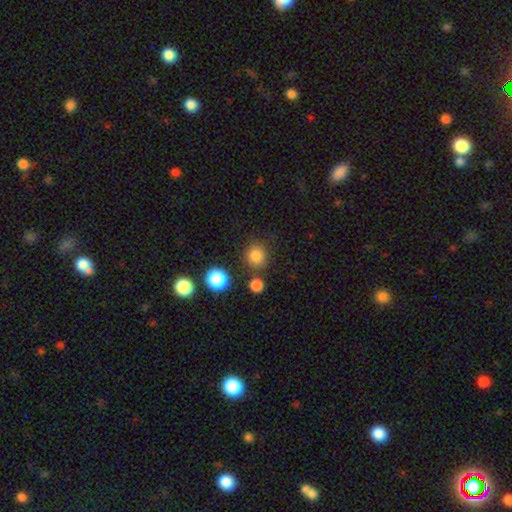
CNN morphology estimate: A smooth galaxy with no disk features (82%) that is round (87%).

Vote fractions:
- Smooth or featured? smooth: 82% / star or artifact: 13% / featured or disk: 4%
- How rounded? round: 87% / in between: 12% / cigar-shaped: 1%
- Merging? none: 80% / minor disturbance: 10% / merger: 6% / major disturbance: 4%